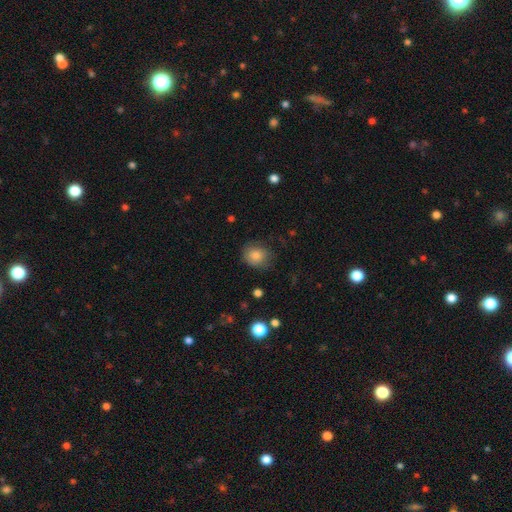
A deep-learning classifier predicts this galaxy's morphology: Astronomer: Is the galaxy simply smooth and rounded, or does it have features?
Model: smooth — 81%.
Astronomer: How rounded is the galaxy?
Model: round — 71%.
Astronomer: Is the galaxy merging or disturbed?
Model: none — 70%.